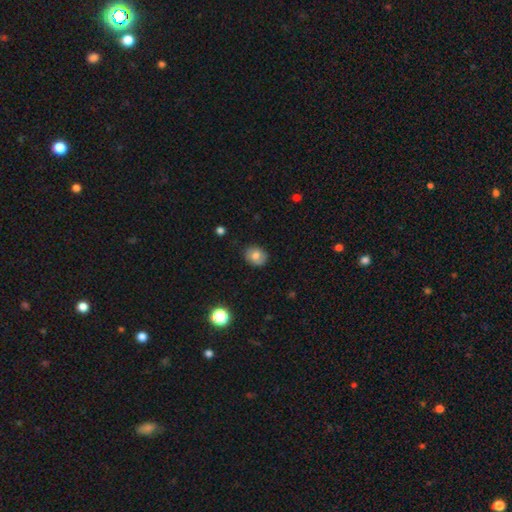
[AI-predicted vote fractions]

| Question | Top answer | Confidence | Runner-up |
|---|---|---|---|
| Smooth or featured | smooth | 77% | featured or disk (14%) |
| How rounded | round | 55% | in between (44%) |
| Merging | none | 84% | minor disturbance (12%) |